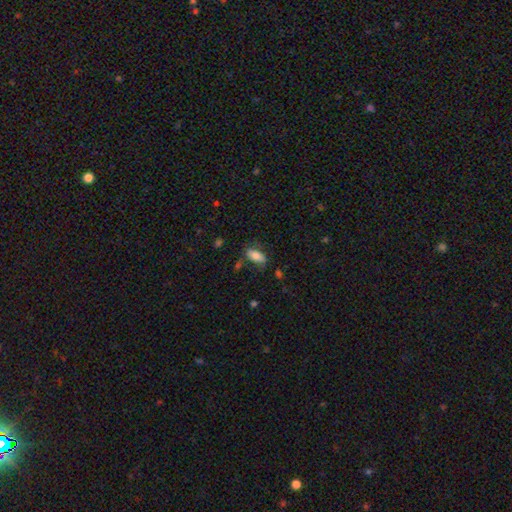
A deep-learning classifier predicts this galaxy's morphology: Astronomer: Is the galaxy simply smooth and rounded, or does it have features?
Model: smooth — 79%.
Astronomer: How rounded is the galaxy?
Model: in between — 89%.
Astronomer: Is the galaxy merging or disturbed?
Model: none — 69%.